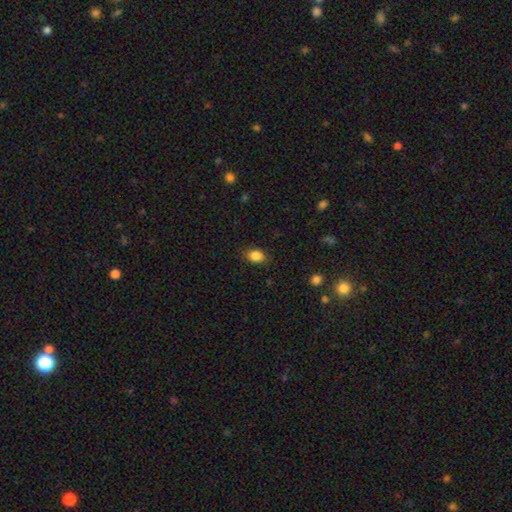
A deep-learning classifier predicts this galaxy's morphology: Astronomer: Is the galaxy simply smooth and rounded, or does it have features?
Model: smooth — 85%.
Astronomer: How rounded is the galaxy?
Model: in between — 68%.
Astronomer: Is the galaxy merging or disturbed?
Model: none — 83%.